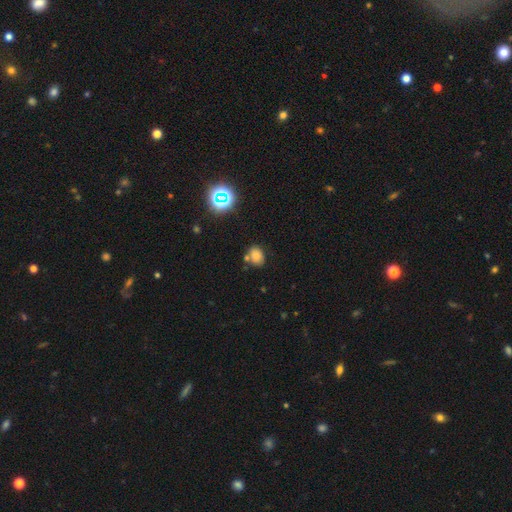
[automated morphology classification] type=smooth (74%); roundness=in between (64%); merging=none (68%).